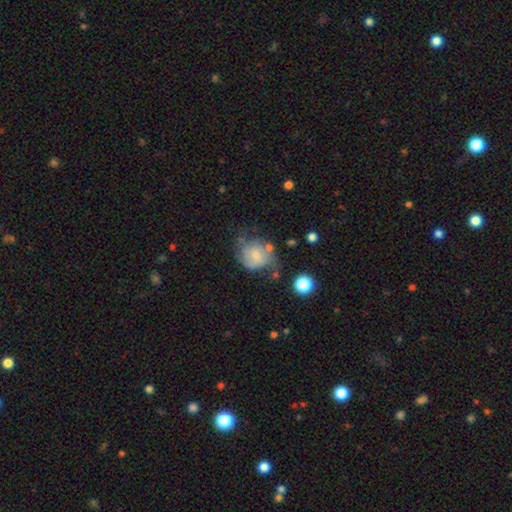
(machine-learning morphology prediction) smooth-or-featured: smooth: 49% | featured or disk: 41% | star or artifact: 9%
  merging: none: 39% | minor disturbance: 29% | major disturbance: 23% | merger: 9%